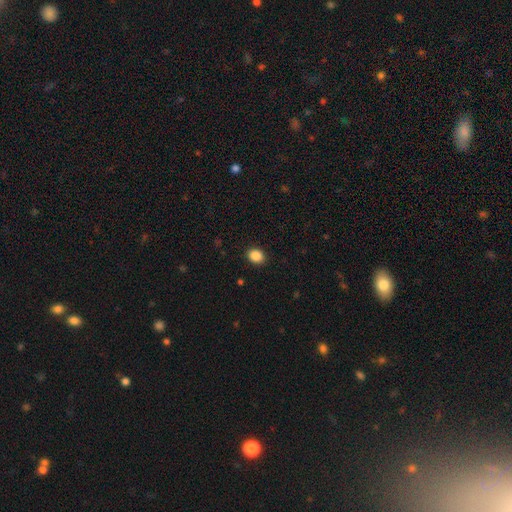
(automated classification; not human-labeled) Smooth or featured?
  - smooth: 88% *
  - star or artifact: 9%
  - featured or disk: 3%
How rounded?
  - round: 55% *
  - in between: 45%
  - cigar-shaped: 1%
Merging?
  - none: 91% *
  - minor disturbance: 6%
  - major disturbance: 2%
  - merger: 1%